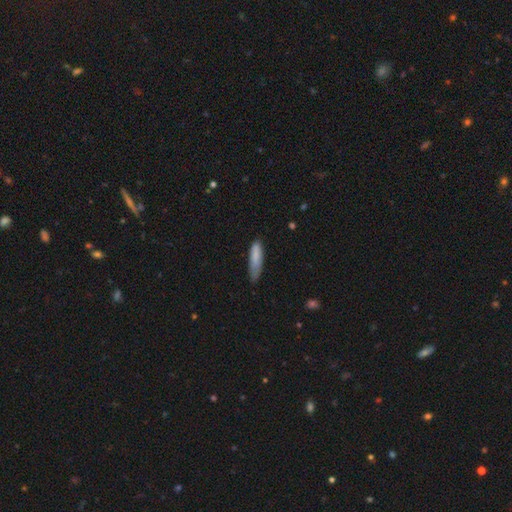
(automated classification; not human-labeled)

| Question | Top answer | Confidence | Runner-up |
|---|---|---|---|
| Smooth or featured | smooth | 82% | featured or disk (12%) |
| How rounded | cigar-shaped | 69% | in between (29%) |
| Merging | none | 52% | minor disturbance (36%) |